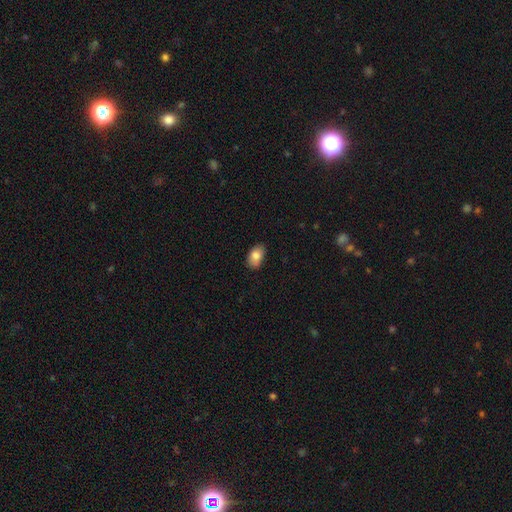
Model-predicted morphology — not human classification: Smooth or featured? Predicted: smooth (p=0.83). How rounded? Predicted: in between (p=0.90). Merging? Predicted: none (p=0.83).